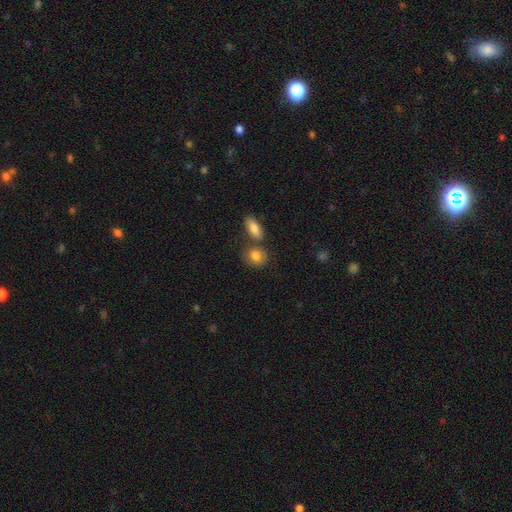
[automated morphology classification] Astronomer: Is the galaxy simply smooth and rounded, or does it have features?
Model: smooth — 83%.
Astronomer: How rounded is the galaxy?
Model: round — 52% (runner-up: in between, 46%).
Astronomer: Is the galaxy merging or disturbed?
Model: none — 61%.